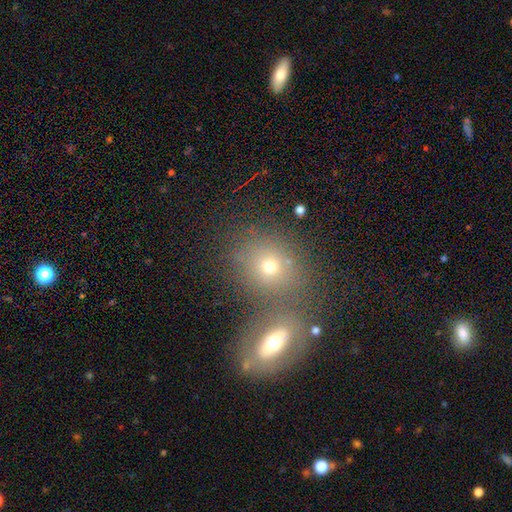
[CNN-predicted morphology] Smooth or featured? smooth (52%)
How rounded? round (55%)
Merging? none (52%)